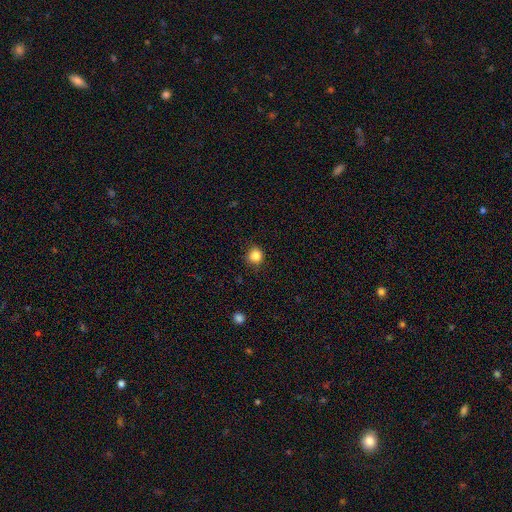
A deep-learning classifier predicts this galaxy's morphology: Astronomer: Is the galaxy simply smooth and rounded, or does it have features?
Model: smooth — 84%.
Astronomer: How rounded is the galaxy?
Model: round — 87%.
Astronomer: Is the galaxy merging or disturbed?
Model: none — 85%.